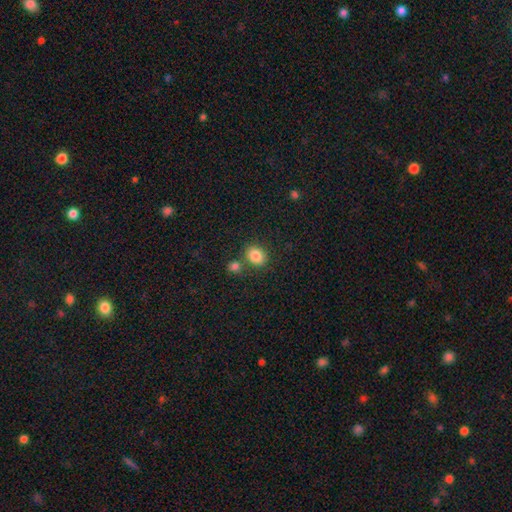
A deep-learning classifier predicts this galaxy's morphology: Q: Smooth or featured?
A: smooth (84%); runner-up: star or artifact (10%)
Q: How rounded?
A: round (55%); runner-up: in between (44%)
Q: Merging?
A: none (68%); runner-up: merger (18%)